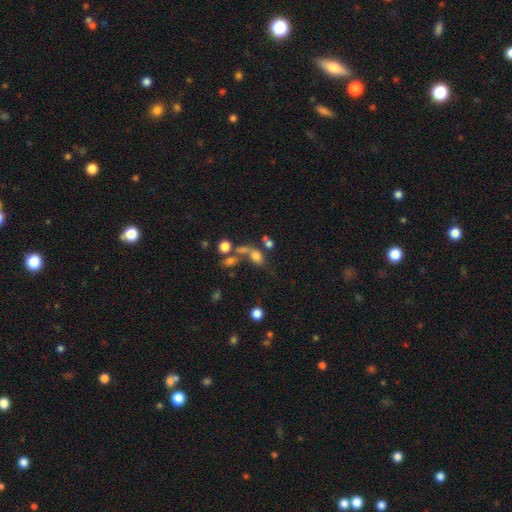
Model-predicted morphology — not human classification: Smooth or featured: smooth — 70% (star or artifact — 17%)
How rounded: in between — 72% (round — 25%)
Merging: none — 37% (merger — 34%)